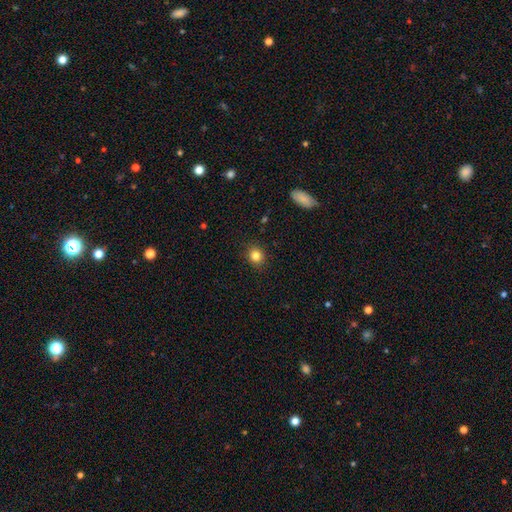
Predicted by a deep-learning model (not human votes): smooth_or_featured: smooth (p=0.84) [alt: star or artifact p=0.11]
how_rounded: round (p=0.80) [alt: in between p=0.19]
merging: none (p=0.90) [alt: minor disturbance p=0.07]